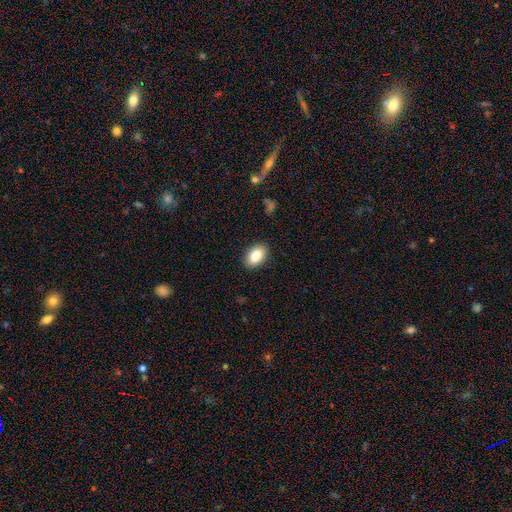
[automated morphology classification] This is clearly a smooth galaxy (88%). How rounded: clearly in between (91%). Merging: clearly none (88%).